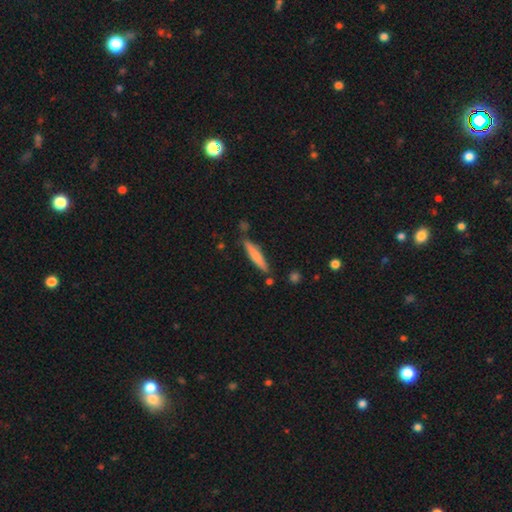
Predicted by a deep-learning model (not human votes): smooth 69%, featured or disk 25%, star or artifact 6%. Down the decision tree: how rounded — cigar-shaped (91%); merging — none (80%).